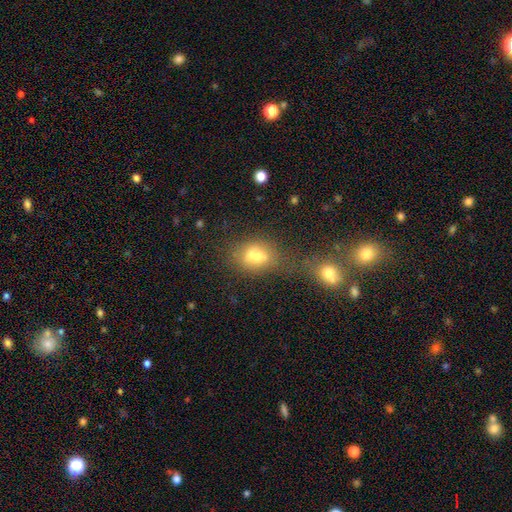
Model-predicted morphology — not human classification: Overall: smooth (63%). How rounded: in between (65%; round 31%). Merging: merger (44%; none 36%).